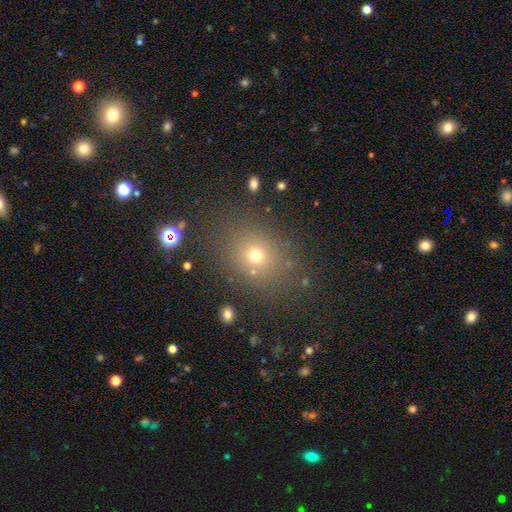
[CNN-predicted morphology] smooth_or_featured: smooth (p=0.68) [alt: star or artifact p=0.22]
how_rounded: round (p=0.64) [alt: in between p=0.34]
merging: none (p=0.80) [alt: minor disturbance p=0.11]